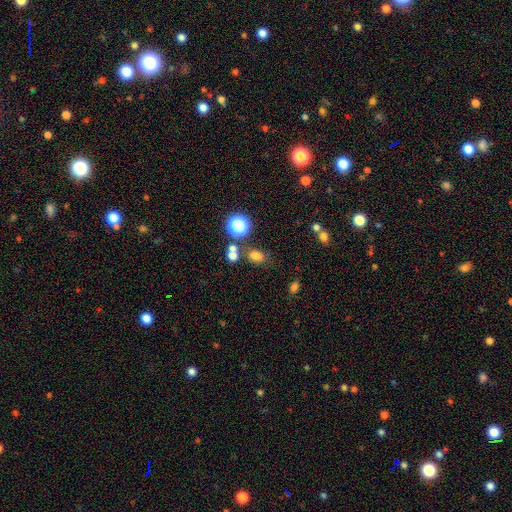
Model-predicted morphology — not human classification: smooth-or-featured: smooth: 73% | star or artifact: 20% | featured or disk: 8%
  how-rounded: in between: 66% | round: 32% | cigar-shaped: 2%
  merging: none: 65% | merger: 16% | minor disturbance: 14% | major disturbance: 6%